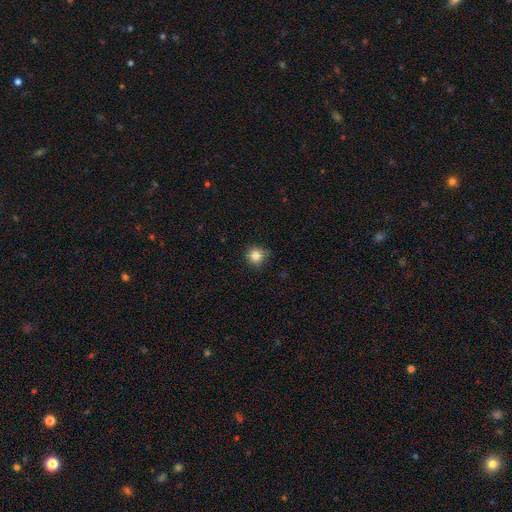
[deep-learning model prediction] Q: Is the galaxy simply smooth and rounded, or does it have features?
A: smooth — 82%.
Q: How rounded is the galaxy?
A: round — 93%.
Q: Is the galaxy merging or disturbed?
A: none — 83%.